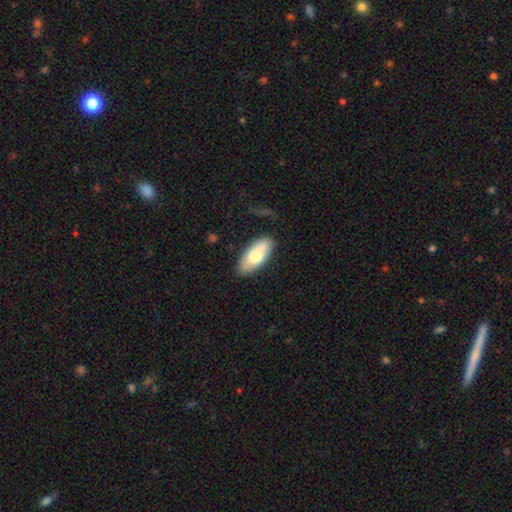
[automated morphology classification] A smooth galaxy with no disk features (68%) that is in between round and cigar-shaped (87%).

Vote fractions:
- Smooth or featured? smooth: 68% / featured or disk: 26% / star or artifact: 6%
- How rounded? in between: 87% / cigar-shaped: 11% / round: 2%
- Merging? none: 73% / minor disturbance: 18% / major disturbance: 4% / merger: 4%